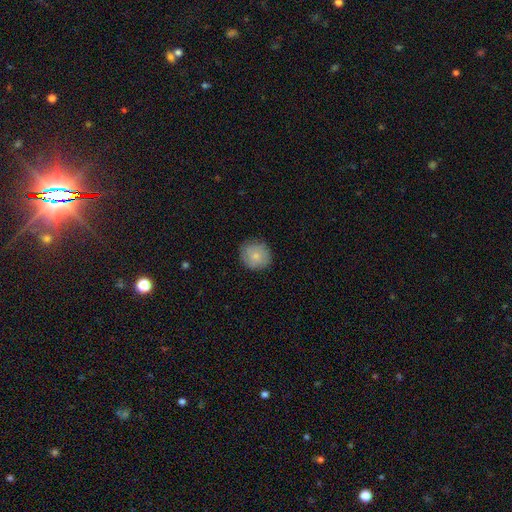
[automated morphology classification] smooth_or_featured: smooth (p=0.80) [alt: featured or disk p=0.13]
how_rounded: round (p=0.88) [alt: in between p=0.11]
merging: none (p=0.85) [alt: minor disturbance p=0.11]